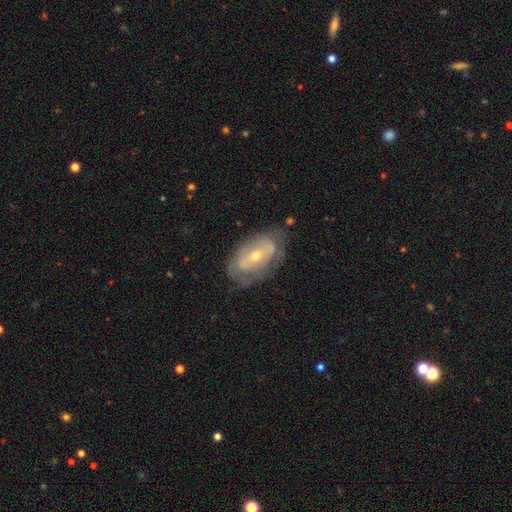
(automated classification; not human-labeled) Overall: featured or disk (70%). Edge-on disk: no (91%). Bar: no (50%; weak 31%). Spiral arms: yes (54%; no 46%). Bulge size: moderate (49%; small 48%). Merging: none (66%).